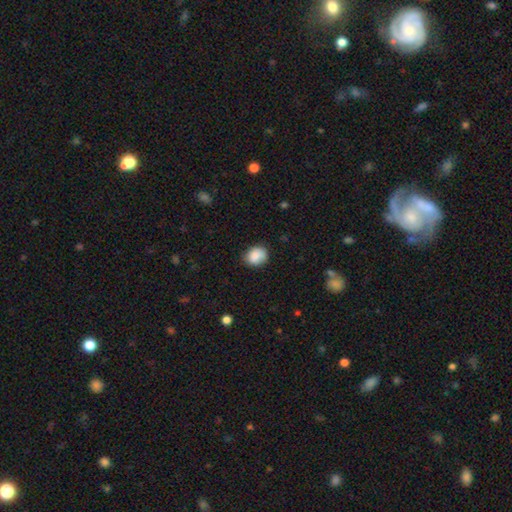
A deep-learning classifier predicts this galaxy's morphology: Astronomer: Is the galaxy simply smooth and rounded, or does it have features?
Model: smooth — 87%.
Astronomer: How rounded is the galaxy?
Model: round — 54% (runner-up: in between, 45%).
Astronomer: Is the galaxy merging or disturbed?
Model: none — 74%.